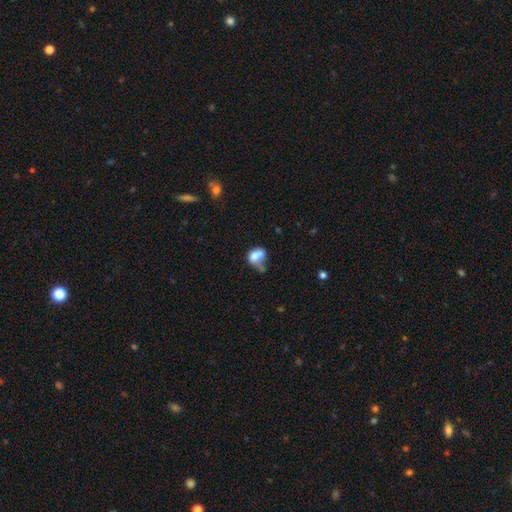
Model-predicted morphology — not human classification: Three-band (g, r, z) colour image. It shows a smooth galaxy with no disk features (68%) that is in between round and cigar-shaped (68%). Merging: merger (34%).